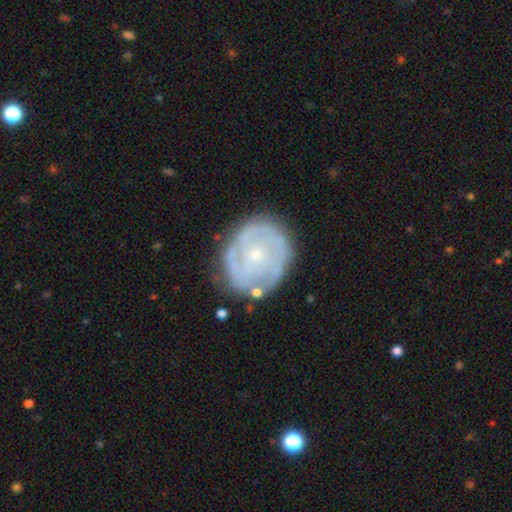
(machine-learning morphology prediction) featured or disk 78%, smooth 16%, star or artifact 6%. Down the decision tree: edge-on disk — no (98%); bar — no (73%); spiral arms — yes (86%); spiral arm count — can't tell (35%); spiral winding — tight (64%); bulge size — small (73%); merging — none (73%).